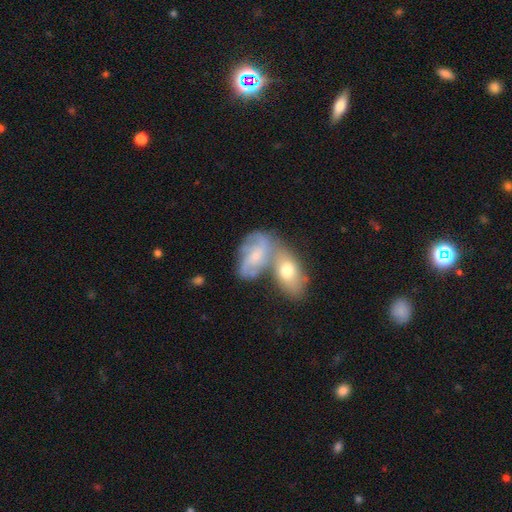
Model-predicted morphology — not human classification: This is likely a featured or disk galaxy (68%). It is clearly not viewed edge-on (95%). Bar: possibly no (59%). Spiral arm pattern: clearly yes (85%). Spiral arm count: marginally 2 (34%). Spiral winding: possibly medium (47%). Central bulge: possibly small (53%). Merging: possibly merger (54%).